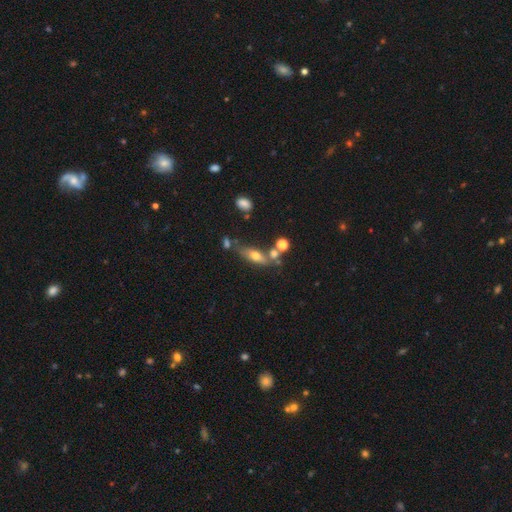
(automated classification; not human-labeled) Overall: smooth (57%; featured or disk 32%). How rounded: in between (60%; cigar-shaped 34%). Merging: none (53%; merger 23%).